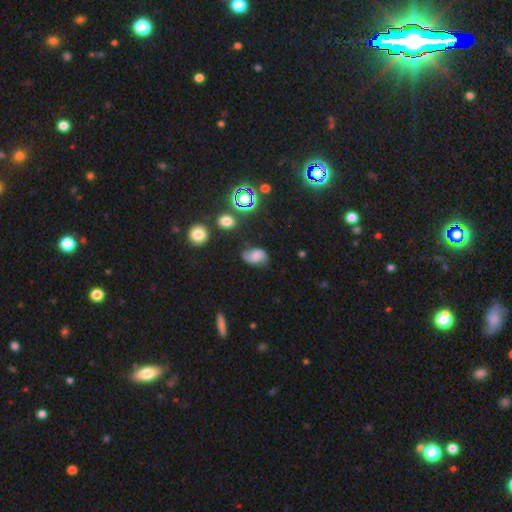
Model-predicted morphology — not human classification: A smooth galaxy with no disk features (45%). Merging: none (59%).